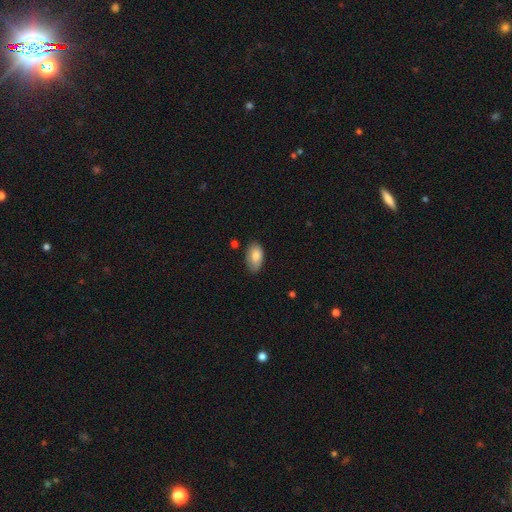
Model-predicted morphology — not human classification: Smooth or featured?
  - smooth: 79% *
  - featured or disk: 14%
  - star or artifact: 7%
How rounded?
  - in between: 94% *
  - round: 4%
  - cigar-shaped: 2%
Merging?
  - none: 75% *
  - minor disturbance: 20%
  - major disturbance: 3%
  - merger: 2%